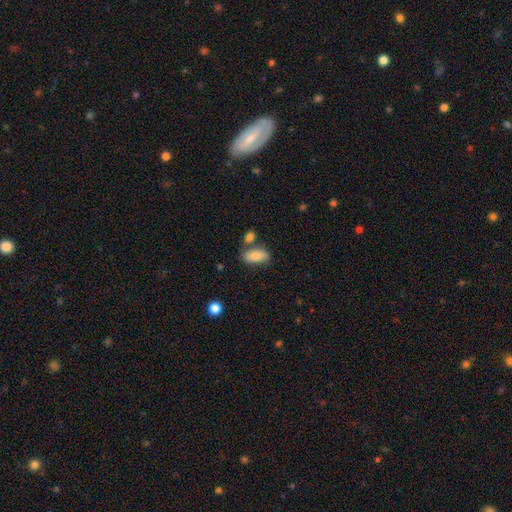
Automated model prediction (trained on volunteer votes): smooth-or-featured: smooth: 82% | featured or disk: 12% | star or artifact: 7%
  how-rounded: in between: 91% | cigar-shaped: 6% | round: 4%
  merging: none: 61% | merger: 20% | minor disturbance: 15% | major disturbance: 4%